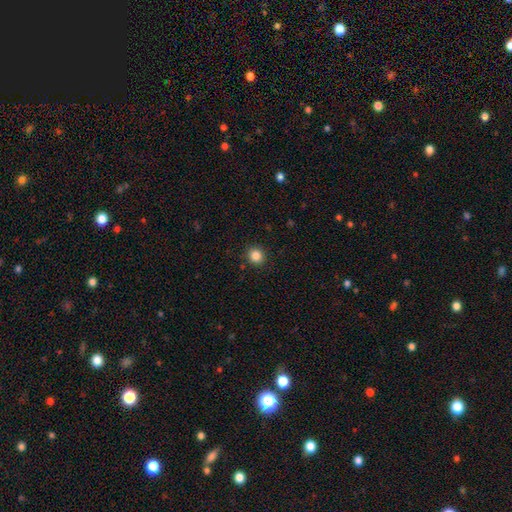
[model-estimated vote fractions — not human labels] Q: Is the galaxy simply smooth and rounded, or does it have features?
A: smooth — 84%.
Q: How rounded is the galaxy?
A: round — 89%.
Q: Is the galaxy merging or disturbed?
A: none — 91%.